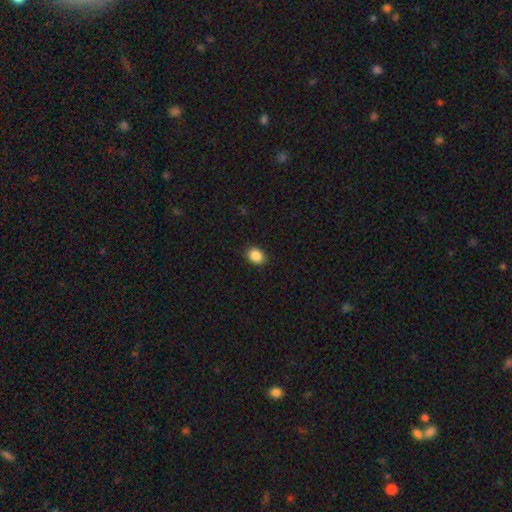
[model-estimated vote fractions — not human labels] The model was most divided on "how rounded": in between: 51%, round: 48%, cigar-shaped: 1%. More confident: merging — none (90%); smooth or featured — smooth (88%).